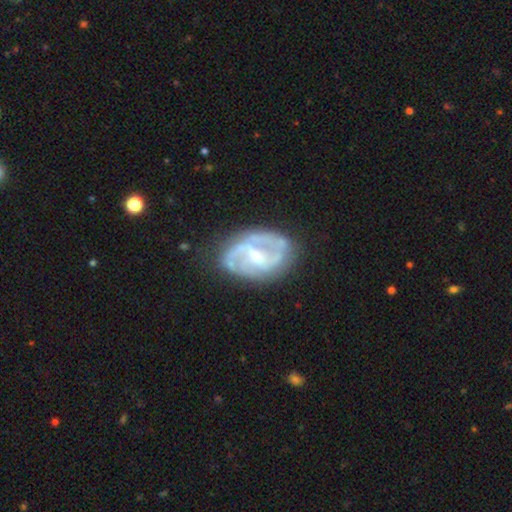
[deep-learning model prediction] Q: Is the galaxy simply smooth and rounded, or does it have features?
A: featured or disk — 81%.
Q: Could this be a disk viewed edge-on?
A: no — 97%.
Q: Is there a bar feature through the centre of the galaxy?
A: weak — 52%.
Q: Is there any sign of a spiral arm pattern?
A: yes — 84%.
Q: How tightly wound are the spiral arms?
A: medium — 47%.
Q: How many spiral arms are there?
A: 2 — 63%.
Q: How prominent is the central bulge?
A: small — 47%.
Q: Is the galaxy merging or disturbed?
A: none — 64%.